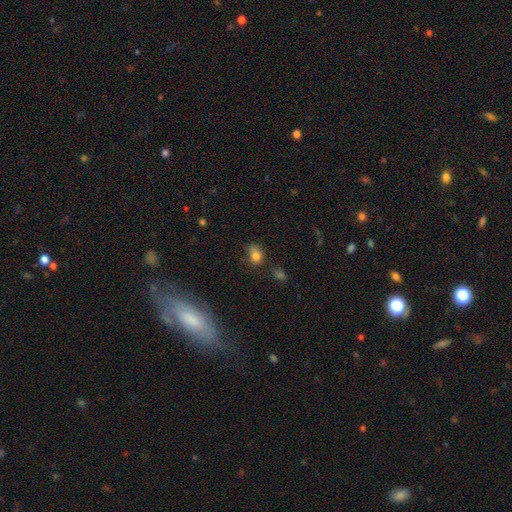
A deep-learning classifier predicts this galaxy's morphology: Smooth or featured?
  - smooth: 78% *
  - star or artifact: 13%
  - featured or disk: 9%
How rounded?
  - in between: 56% *
  - round: 43%
  - cigar-shaped: 2%
Merging?
  - none: 52% *
  - minor disturbance: 28%
  - major disturbance: 11%
  - merger: 8%